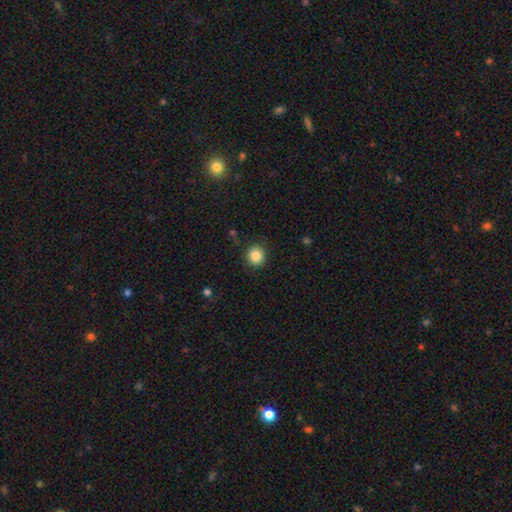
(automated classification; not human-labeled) smooth-or-featured: smooth: 85% | star or artifact: 10% | featured or disk: 5%
  how-rounded: round: 89% | in between: 10% | cigar-shaped: 1%
  merging: none: 90% | minor disturbance: 7% | major disturbance: 2% | merger: 1%